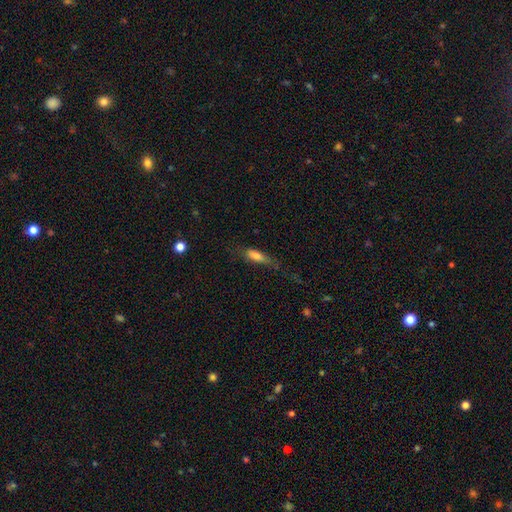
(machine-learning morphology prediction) type=smooth (74%); roundness=in between (51%); merging=none (48%).